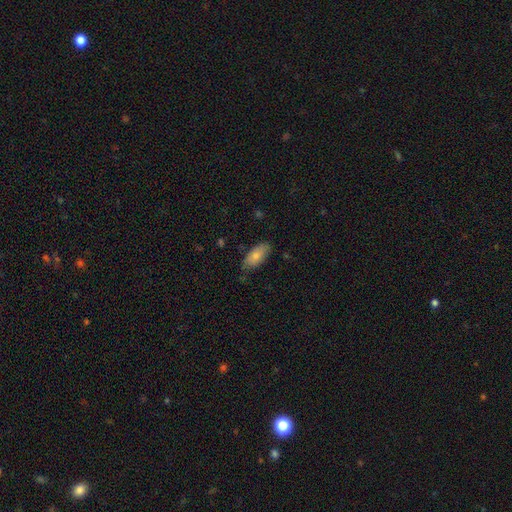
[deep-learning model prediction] The model was most divided on "merging": none: 75%, minor disturbance: 20%, major disturbance: 3%, merger: 2%. More confident: how rounded — in between (87%); smooth or featured — smooth (80%).